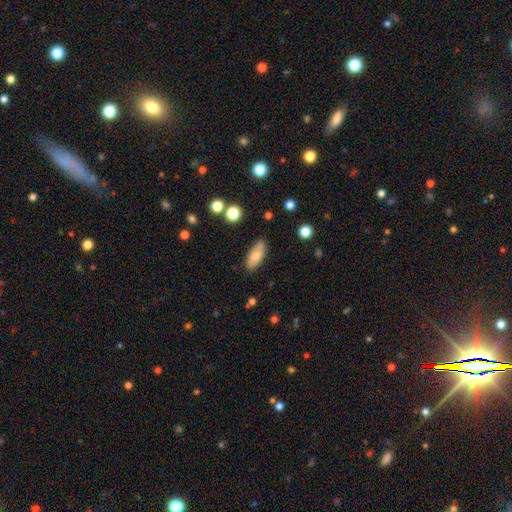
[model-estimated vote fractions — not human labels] Morphology: type=smooth (74%); roundness=in between (80%); merging=none (83%).